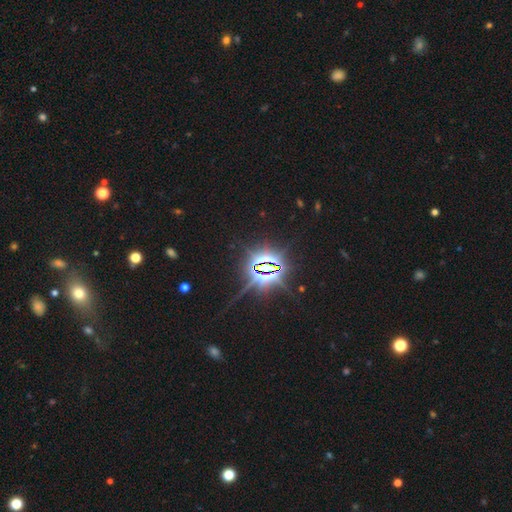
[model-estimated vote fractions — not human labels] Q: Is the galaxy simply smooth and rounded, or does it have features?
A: star or artifact — 85%.